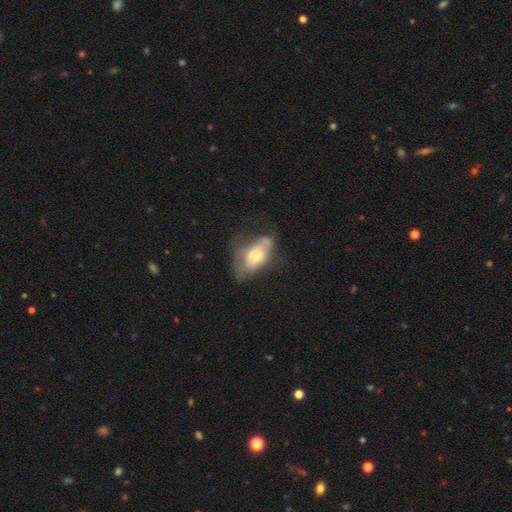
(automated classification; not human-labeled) This is possibly a smooth galaxy (52%). How rounded: clearly in between (89%). Merging: marginally none (33%).